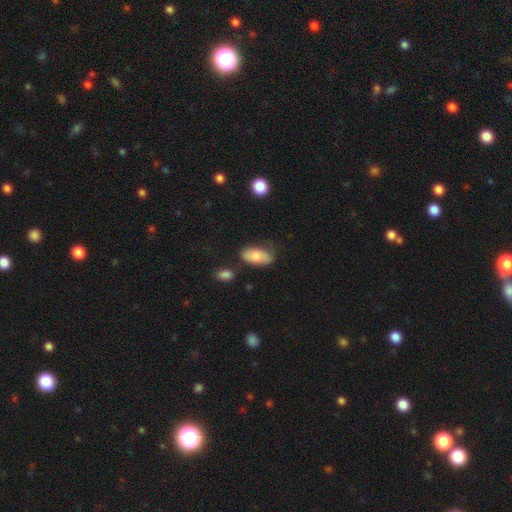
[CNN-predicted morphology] type=smooth (73%); roundness=in between (92%); merging=none (68%).